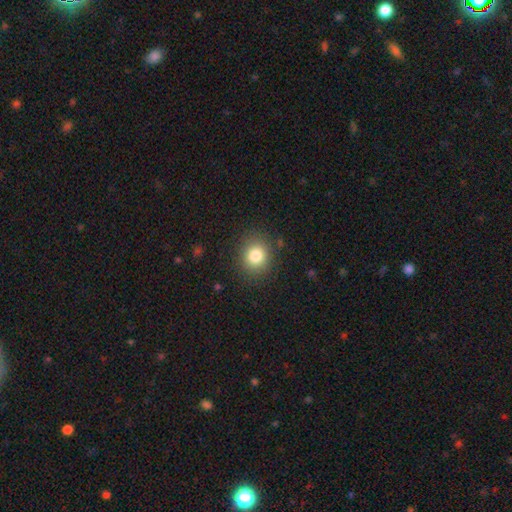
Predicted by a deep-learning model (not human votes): This is clearly a smooth galaxy (81%). How rounded: likely round (78%). Merging: clearly none (86%).